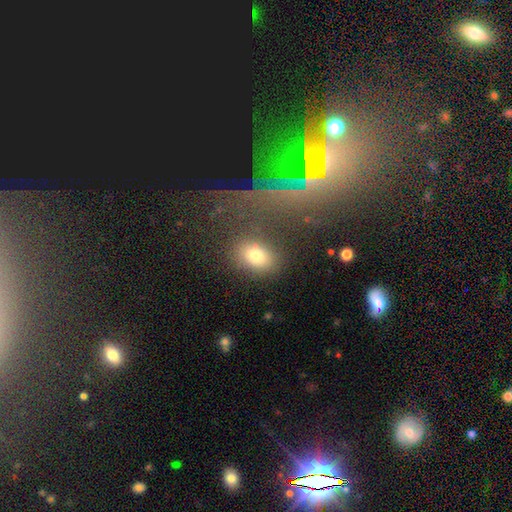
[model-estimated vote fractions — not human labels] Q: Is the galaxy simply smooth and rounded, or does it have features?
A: smooth — 76%.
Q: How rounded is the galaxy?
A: in between — 70%.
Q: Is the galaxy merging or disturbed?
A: none — 78%.